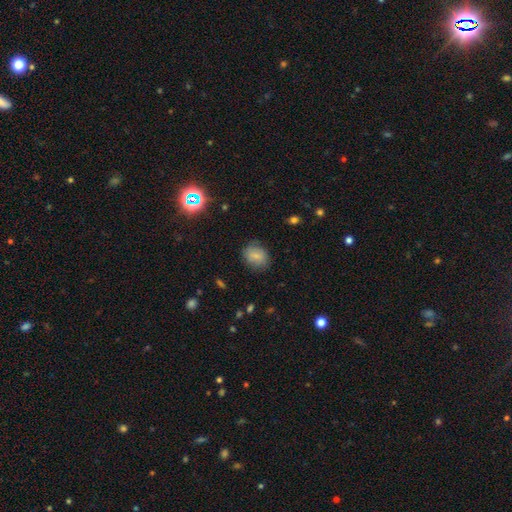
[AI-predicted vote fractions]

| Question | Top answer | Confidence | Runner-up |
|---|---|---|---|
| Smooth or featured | smooth | 78% | featured or disk (11%) |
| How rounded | round | 56% | in between (42%) |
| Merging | none | 79% | minor disturbance (16%) |